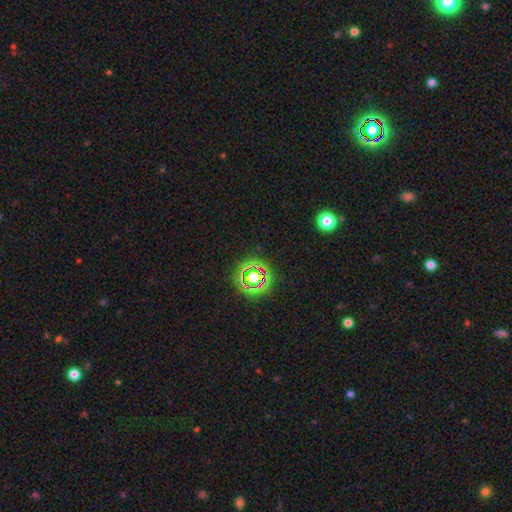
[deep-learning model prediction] star or artifact 76%, smooth 16%, featured or disk 8%.